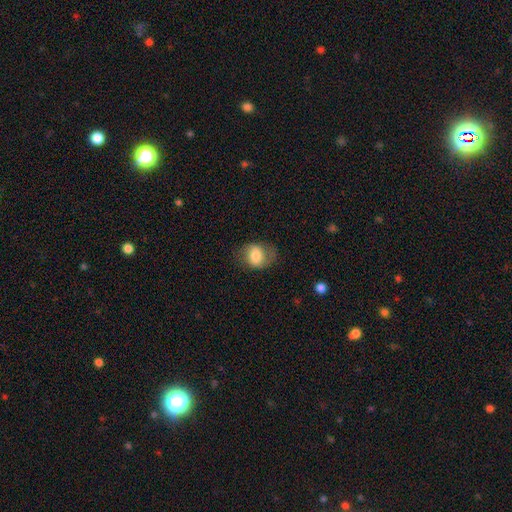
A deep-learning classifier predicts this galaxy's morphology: Smooth or featured?
  - smooth: 70% *
  - featured or disk: 22%
  - star or artifact: 8%
How rounded?
  - in between: 55% *
  - round: 44%
  - cigar-shaped: 1%
Merging?
  - none: 62% *
  - minor disturbance: 25%
  - major disturbance: 12%
  - merger: 1%